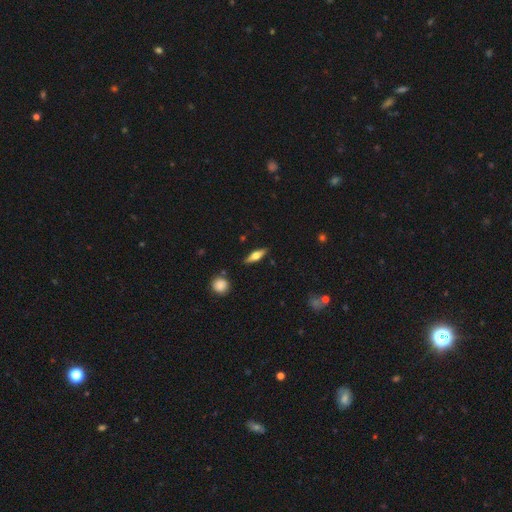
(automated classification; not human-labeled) Q: Smooth or featured?
A: featured or disk (48%); runner-up: smooth (45%)
Q: Merging?
A: none (87%); runner-up: minor disturbance (9%)